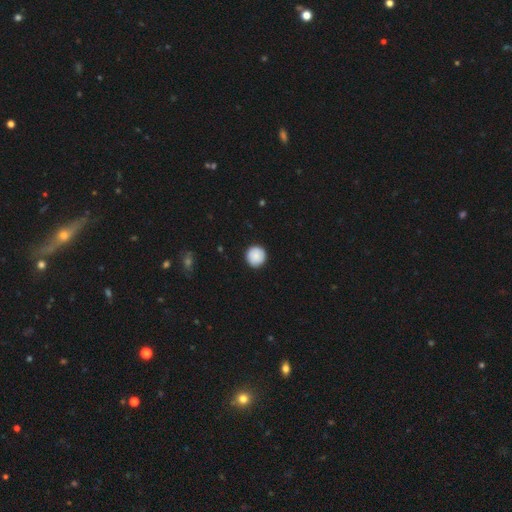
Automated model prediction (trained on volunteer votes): A smooth galaxy with no disk features (88%) that is round (95%).

Vote fractions:
- Smooth or featured? smooth: 88% / star or artifact: 7% / featured or disk: 5%
- How rounded? round: 95% / in between: 4% / cigar-shaped: 1%
- Merging? none: 92% / minor disturbance: 6% / major disturbance: 2% / merger: 1%